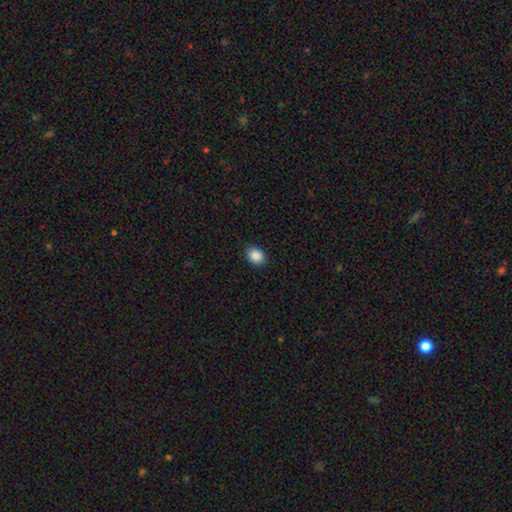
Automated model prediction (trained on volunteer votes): Smooth or featured? smooth (88%)
How rounded? in between (56%)
Merging? none (89%)